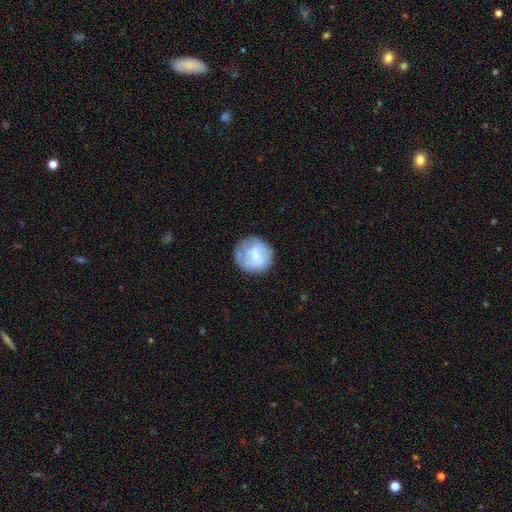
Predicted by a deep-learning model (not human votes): The model was most divided on "smooth or featured": smooth: 54%, featured or disk: 39%, star or artifact: 7%. More confident: how rounded — round (89%); merging — none (68%).